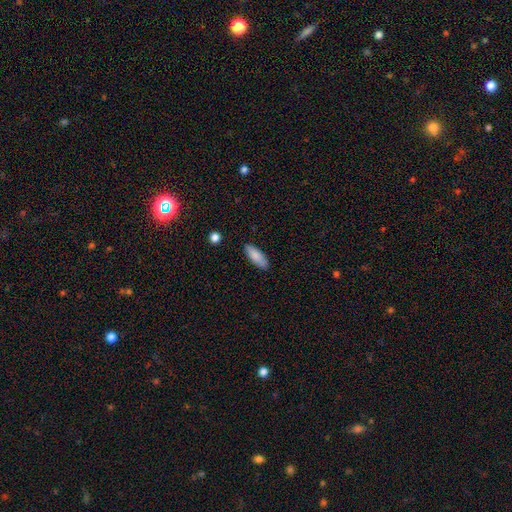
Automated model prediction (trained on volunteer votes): smooth 86%, featured or disk 8%, star or artifact 6%. Down the decision tree: how rounded — in between (69%); merging — none (86%).